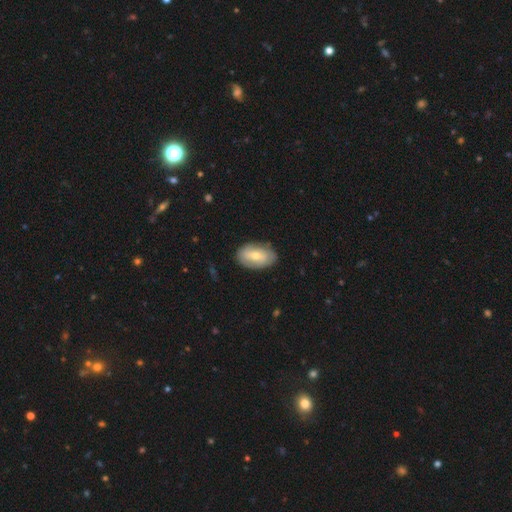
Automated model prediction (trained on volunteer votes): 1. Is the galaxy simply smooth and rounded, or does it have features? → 57% smooth, 37% featured or disk, 6% star or artifact.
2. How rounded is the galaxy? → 91% in between, 7% round, 2% cigar-shaped.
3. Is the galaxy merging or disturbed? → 80% none, 16% minor disturbance, 4% major disturbance, 1% merger.